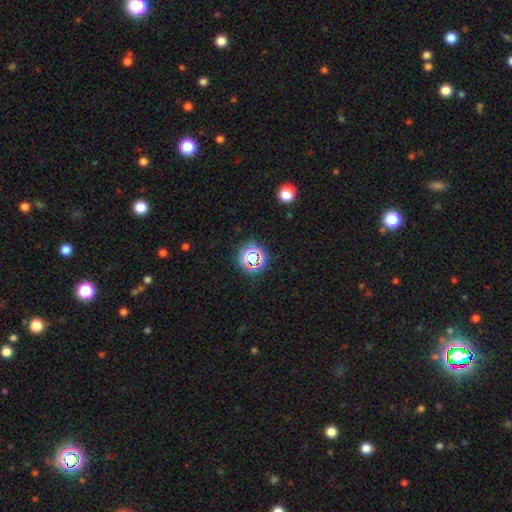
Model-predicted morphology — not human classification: Smooth or featured? Predicted: star or artifact (p=0.66).